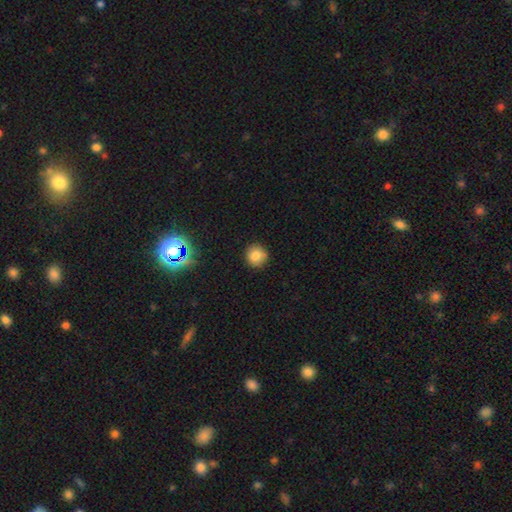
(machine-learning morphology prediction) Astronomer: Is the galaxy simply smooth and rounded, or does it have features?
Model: smooth — 82%.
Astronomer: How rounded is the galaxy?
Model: round — 92%.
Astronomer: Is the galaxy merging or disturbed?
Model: none — 88%.